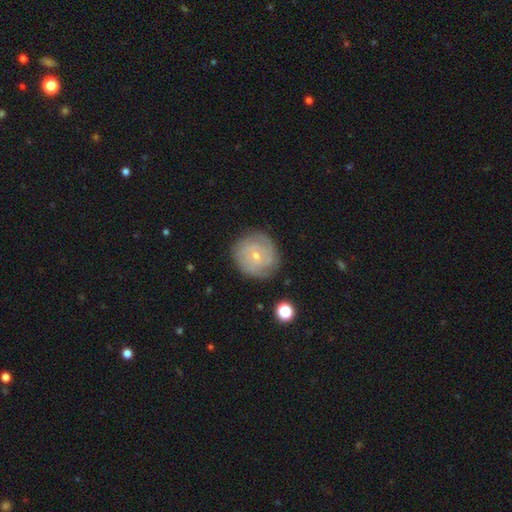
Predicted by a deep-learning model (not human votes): A featured or disk galaxy (64%) with no bar (65%), tight (72%) spiral arms (82%) and a small central bulge (75%).

Vote fractions:
- Smooth or featured? featured or disk: 64% / smooth: 28% / star or artifact: 8%
- Edge-on disk? no: 97% / yes: 3%
- Bar? no: 65% / weak: 30% / strong: 5%
- Spiral arms? yes: 82% / no: 18%
- Spiral winding? tight: 72% / medium: 22% / loose: 6%
- Spiral arm count? can't tell: 45% / 2: 24% / 3: 15% / 4: 7% / 1: 5% / more than 4: 4%
- Bulge size? small: 75% / moderate: 21% / none: 2% / large: 1% / dominant: 1%
- Merging? none: 79% / minor disturbance: 14% / major disturbance: 5% / merger: 2%